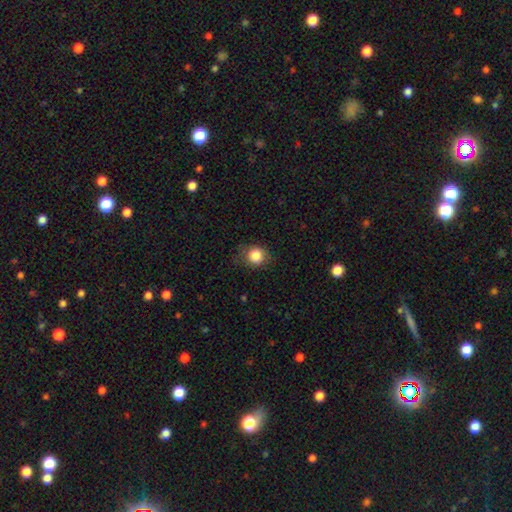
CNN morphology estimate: smooth_or_featured: smooth (p=0.84) [alt: star or artifact p=0.10]
how_rounded: round (p=0.79) [alt: in between p=0.20]
merging: none (p=0.75) [alt: minor disturbance p=0.18]